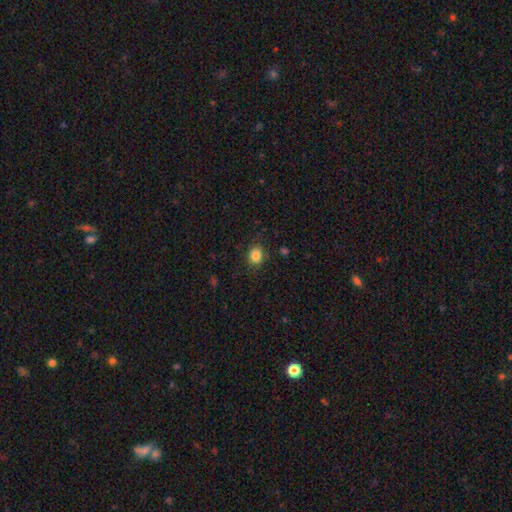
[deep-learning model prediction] Smooth or featured? smooth (84%)
How rounded? round (59%)
Merging? none (82%)